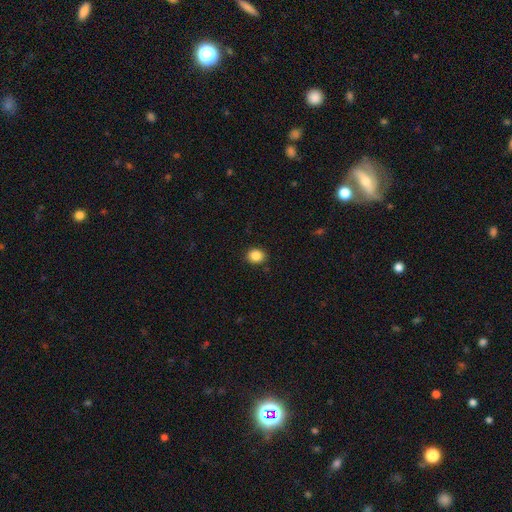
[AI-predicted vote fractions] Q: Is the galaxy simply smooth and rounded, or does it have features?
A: smooth — 86%.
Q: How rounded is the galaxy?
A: round — 63%.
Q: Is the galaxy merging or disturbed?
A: none — 89%.